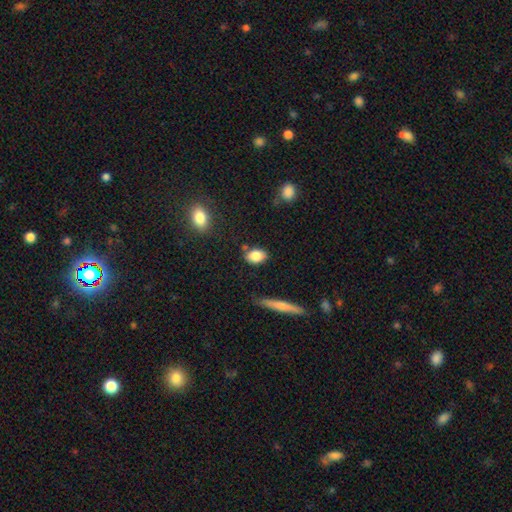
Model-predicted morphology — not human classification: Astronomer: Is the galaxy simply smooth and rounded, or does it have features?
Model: smooth — 83%.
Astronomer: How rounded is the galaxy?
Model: in between — 80%.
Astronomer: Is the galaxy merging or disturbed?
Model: none — 78%.